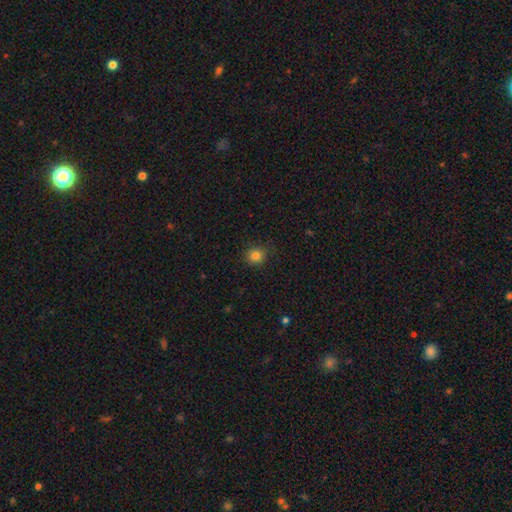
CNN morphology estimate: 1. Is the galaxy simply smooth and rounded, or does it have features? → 83% smooth, 12% star or artifact, 5% featured or disk.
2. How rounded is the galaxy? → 86% round, 13% in between, 1% cigar-shaped.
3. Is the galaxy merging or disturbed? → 86% none, 11% minor disturbance, 3% major disturbance, 1% merger.